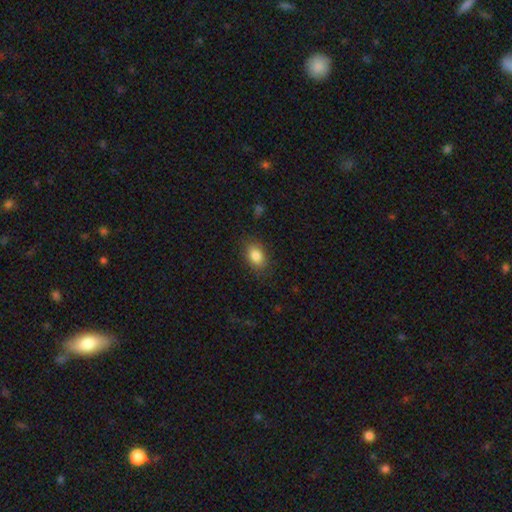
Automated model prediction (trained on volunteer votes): Smooth or featured?
  - smooth: 85% *
  - star or artifact: 8%
  - featured or disk: 7%
How rounded?
  - in between: 81% *
  - round: 17%
  - cigar-shaped: 1%
Merging?
  - none: 83% *
  - minor disturbance: 13%
  - major disturbance: 4%
  - merger: 1%